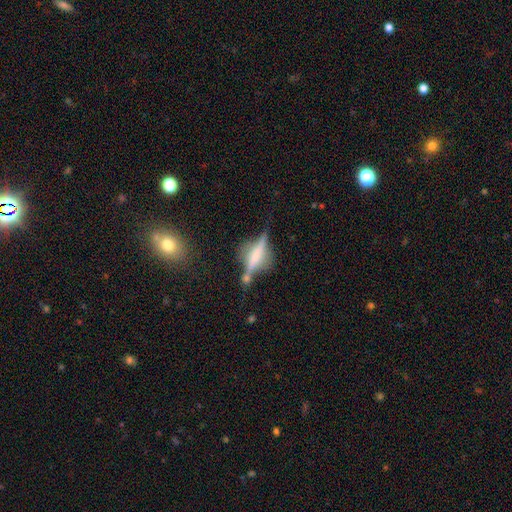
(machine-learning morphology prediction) Smooth or featured: featured or disk — 65% (smooth — 24%)
Edge-on disk: yes — 89% (no — 11%)
Edge-on bulge: rounded — 49% (boxy — 32%)
Merging: none — 56% (minor disturbance — 18%)